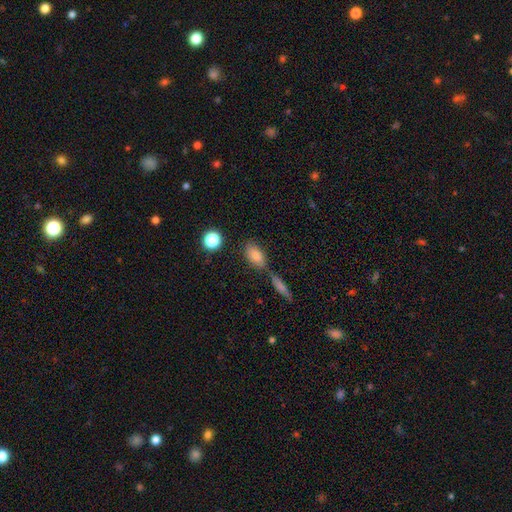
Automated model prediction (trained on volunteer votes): smooth-or-featured: smooth: 81% | star or artifact: 10% | featured or disk: 8%
  how-rounded: in between: 85% | round: 9% | cigar-shaped: 6%
  merging: none: 55% | merger: 24% | minor disturbance: 15% | major disturbance: 5%